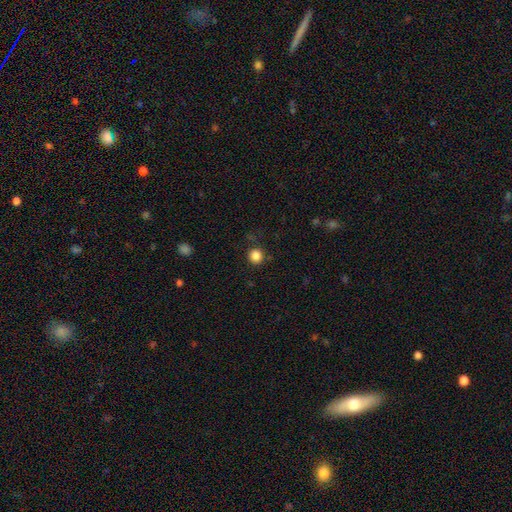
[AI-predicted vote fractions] smooth 85%, star or artifact 11%, featured or disk 3%. Down the decision tree: how rounded — round (92%); merging — none (88%).